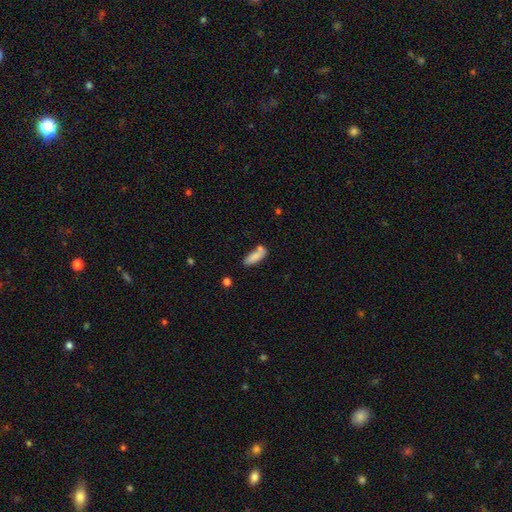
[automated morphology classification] Overall: smooth (83%). How rounded: in between (66%; cigar-shaped 32%). Merging: none (60%).